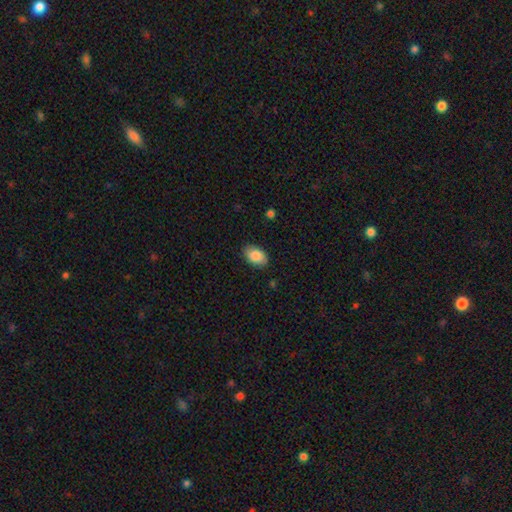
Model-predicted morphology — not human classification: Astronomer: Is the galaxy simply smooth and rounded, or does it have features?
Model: smooth — 88%.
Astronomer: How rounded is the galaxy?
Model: in between — 91%.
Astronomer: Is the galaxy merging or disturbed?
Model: none — 86%.